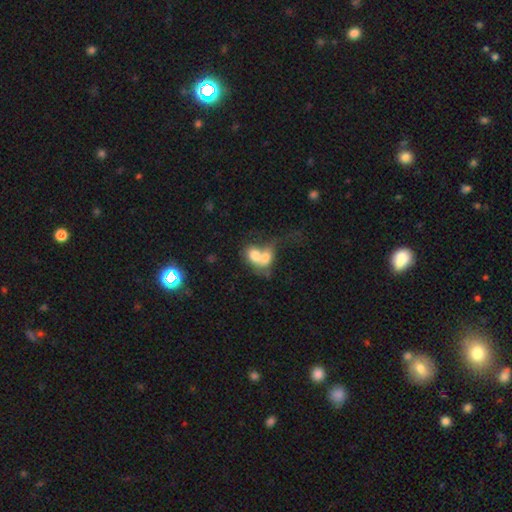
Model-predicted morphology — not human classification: This is likely a smooth galaxy (67%). How rounded: likely in between (60%). Merging: likely merger (78%).